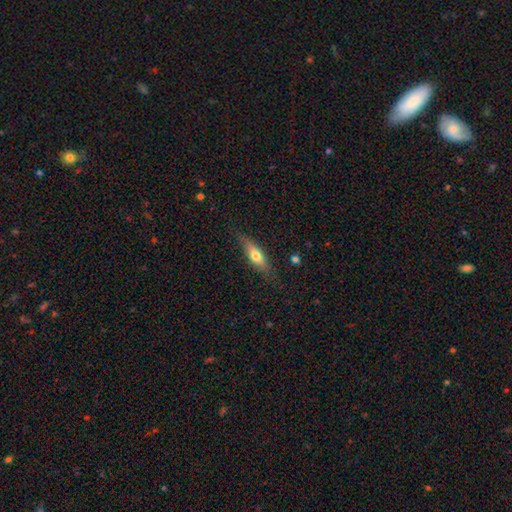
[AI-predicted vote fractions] smooth 61%, featured or disk 32%, star or artifact 6%. Down the decision tree: how rounded — cigar-shaped (51%); merging — none (76%).